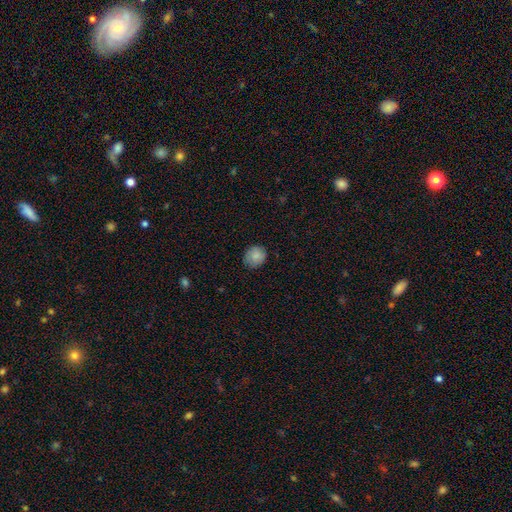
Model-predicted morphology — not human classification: Overall: smooth (86%). How rounded: round (81%). Merging: none (82%).